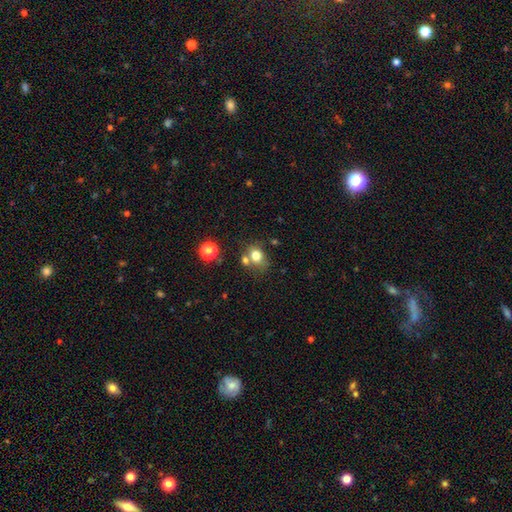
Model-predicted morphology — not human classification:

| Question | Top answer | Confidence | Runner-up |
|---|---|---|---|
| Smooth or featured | smooth | 76% | star or artifact (13%) |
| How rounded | round | 60% | in between (39%) |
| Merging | none | 55% | merger (26%) |